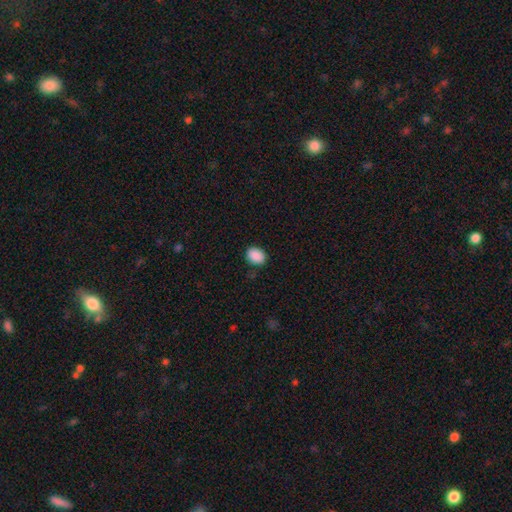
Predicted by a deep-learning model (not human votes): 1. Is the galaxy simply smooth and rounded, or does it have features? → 89% smooth, 8% star or artifact, 2% featured or disk.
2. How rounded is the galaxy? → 62% in between, 37% round, 1% cigar-shaped.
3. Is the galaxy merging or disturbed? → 86% none, 10% minor disturbance, 3% major disturbance, 1% merger.